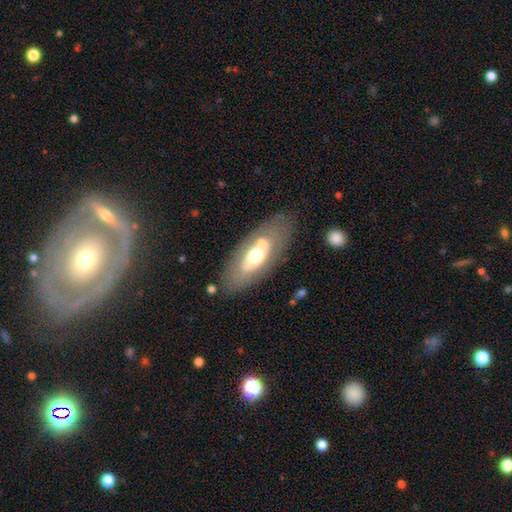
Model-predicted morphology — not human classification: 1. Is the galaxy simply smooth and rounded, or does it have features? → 48% smooth, 45% featured or disk, 7% star or artifact.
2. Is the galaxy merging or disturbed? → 74% none, 13% minor disturbance, 7% merger, 6% major disturbance.